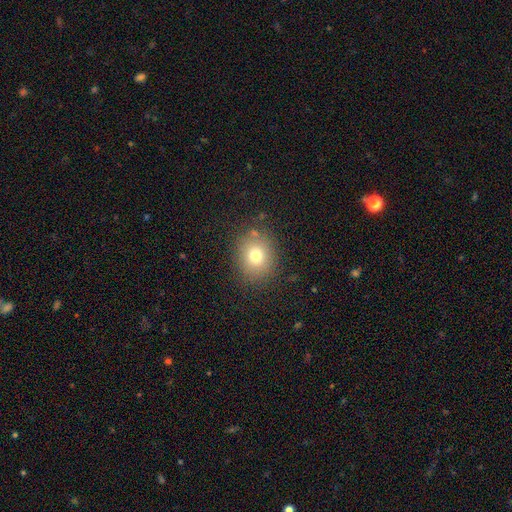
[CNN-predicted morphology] The model was most divided on "how rounded": round: 68%, in between: 31%, cigar-shaped: 1%. More confident: merging — none (83%); smooth or featured — smooth (75%).